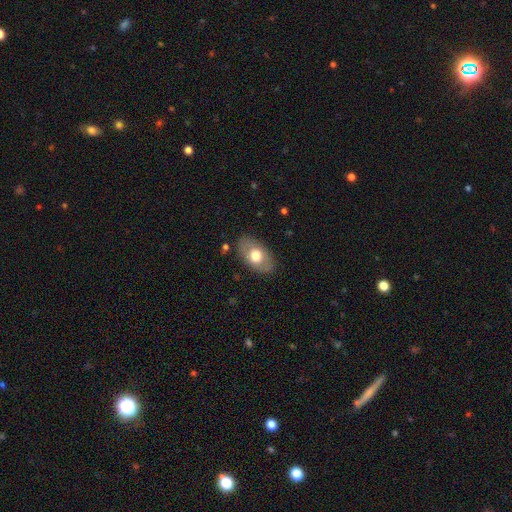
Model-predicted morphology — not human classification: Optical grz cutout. It shows a smooth galaxy with no disk features (64%) that is in between round and cigar-shaped (90%). Merging: none (83%).